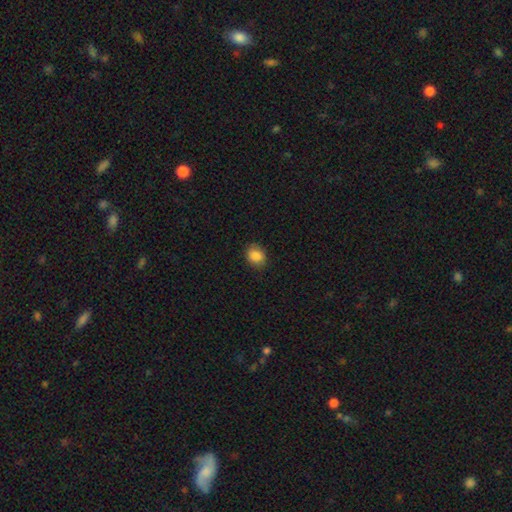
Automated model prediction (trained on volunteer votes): smooth 86%, star or artifact 9%, featured or disk 4%. Down the decision tree: how rounded — round (51%); merging — none (84%).